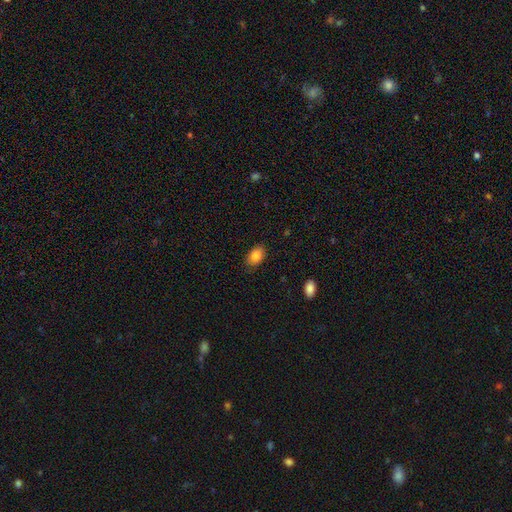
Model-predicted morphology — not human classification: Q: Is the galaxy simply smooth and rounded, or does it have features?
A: smooth — 85%.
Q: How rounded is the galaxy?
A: in between — 88%.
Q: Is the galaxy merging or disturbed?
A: none — 83%.